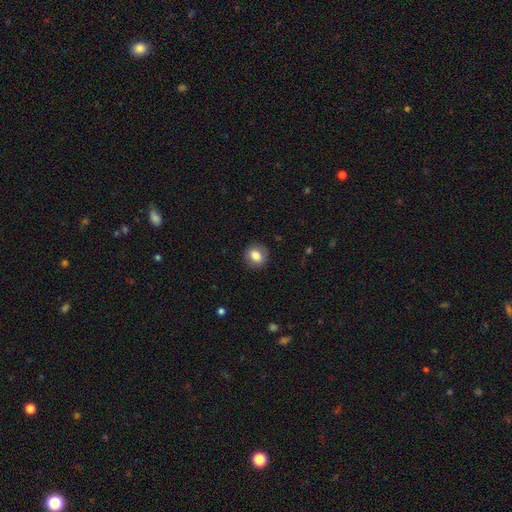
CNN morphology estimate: This appears to be a smooth galaxy with no disk features (82%) that is round (68%). Merging: none (87%).